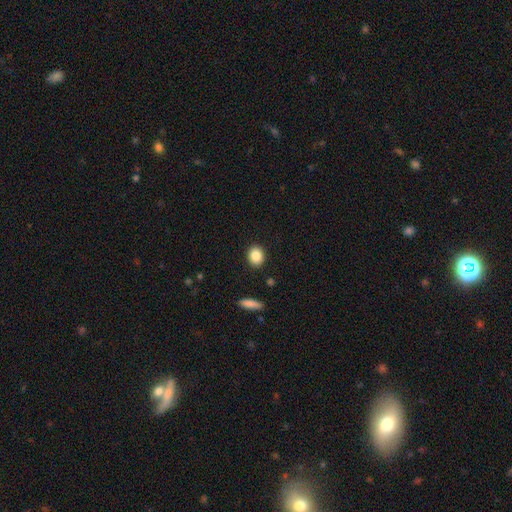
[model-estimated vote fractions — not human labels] Smooth or featured: smooth — 86% (star or artifact — 8%)
How rounded: round — 58% (in between — 41%)
Merging: none — 90% (minor disturbance — 6%)